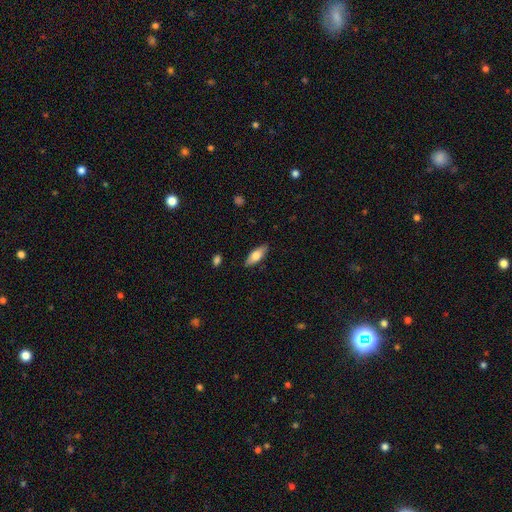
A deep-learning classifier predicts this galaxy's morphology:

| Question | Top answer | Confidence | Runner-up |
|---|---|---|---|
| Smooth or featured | smooth | 69% | featured or disk (25%) |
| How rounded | in between | 70% | cigar-shaped (28%) |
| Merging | none | 86% | minor disturbance (10%) |